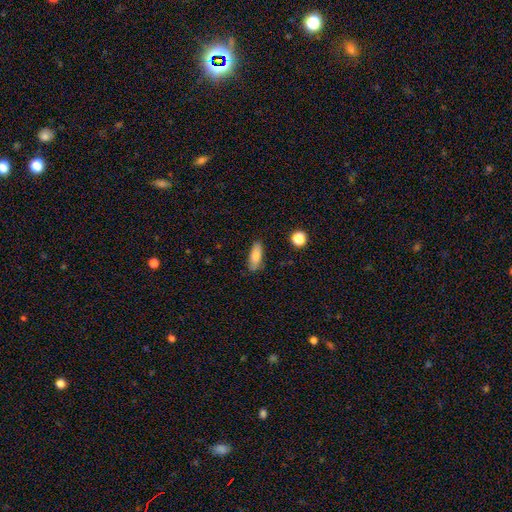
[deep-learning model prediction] The model was most divided on "how rounded": in between: 68%, cigar-shaped: 29%, round: 3%. More confident: merging — none (83%); smooth or featured — smooth (81%).